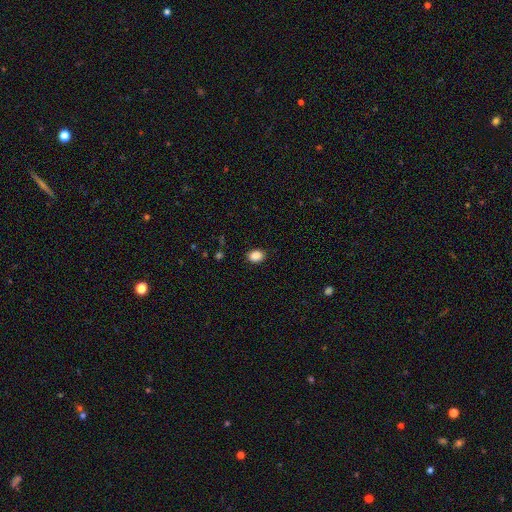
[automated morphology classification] smooth_or_featured: smooth (p=0.88) [alt: star or artifact p=0.09]
how_rounded: in between (p=0.63) [alt: round p=0.36]
merging: none (p=0.88) [alt: minor disturbance p=0.09]